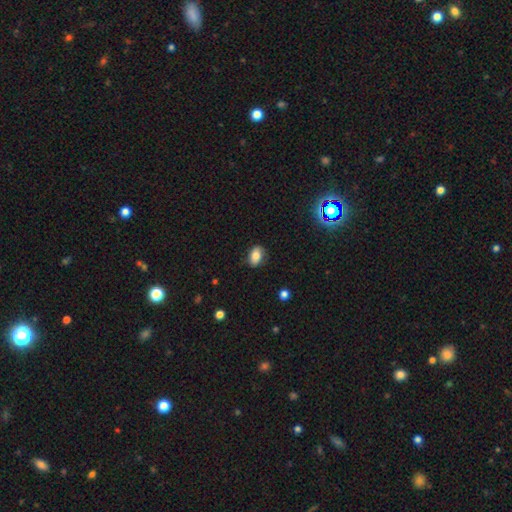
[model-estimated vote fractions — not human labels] A smooth galaxy with no disk features (80%) that is in between round and cigar-shaped (84%). Merging: none (83%).